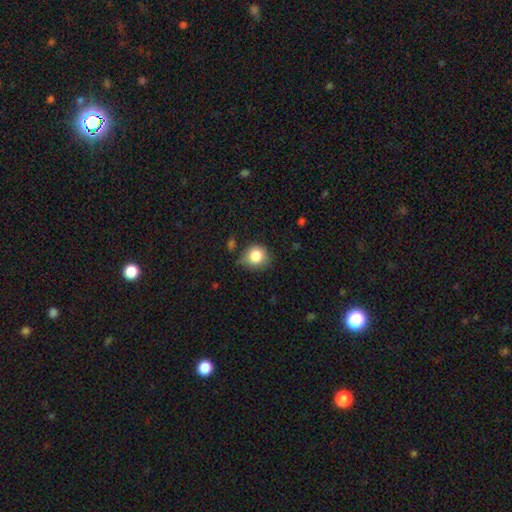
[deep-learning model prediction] Smooth or featured? Predicted: smooth (p=0.83). How rounded? Predicted: round (p=0.84). Merging? Predicted: none (p=0.68).